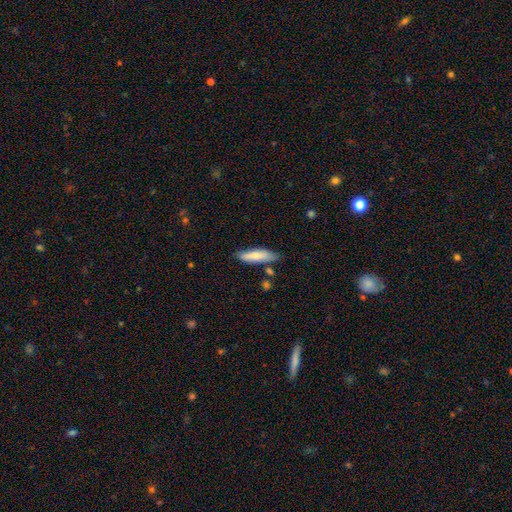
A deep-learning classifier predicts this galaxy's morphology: Smooth or featured? Predicted: smooth (p=0.74). How rounded? Predicted: cigar-shaped (p=0.62). Merging? Predicted: none (p=0.74).